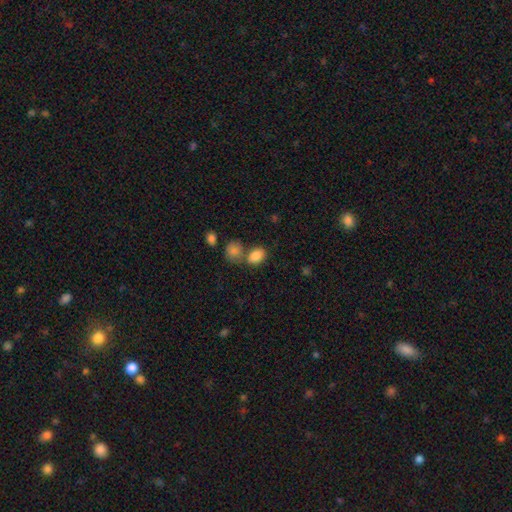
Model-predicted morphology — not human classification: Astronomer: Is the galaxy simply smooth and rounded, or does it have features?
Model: smooth — 85%.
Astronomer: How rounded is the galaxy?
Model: in between — 79%.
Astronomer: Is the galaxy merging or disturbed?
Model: none — 52% (runner-up: merger, 32%).